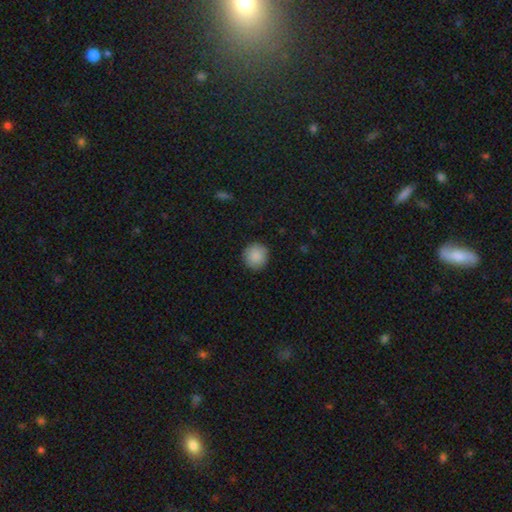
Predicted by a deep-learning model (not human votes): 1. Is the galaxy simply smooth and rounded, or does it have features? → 89% smooth, 8% star or artifact, 4% featured or disk.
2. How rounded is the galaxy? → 94% round, 5% in between, 1% cigar-shaped.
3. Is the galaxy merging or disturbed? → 91% none, 6% minor disturbance, 2% major disturbance, 1% merger.